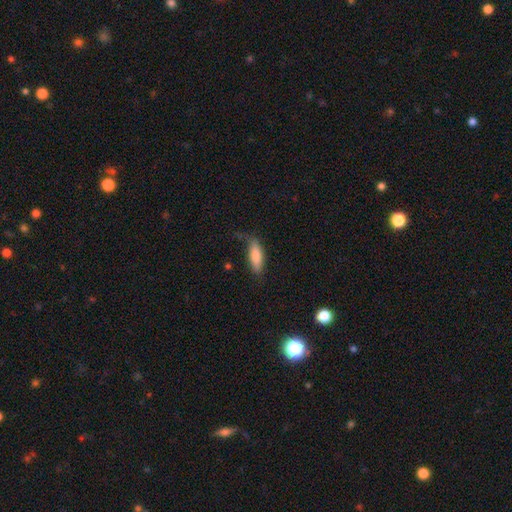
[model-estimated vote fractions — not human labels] Overall: smooth (78%). How rounded: in between (58%; cigar-shaped 39%). Merging: none (62%; minor disturbance 27%).